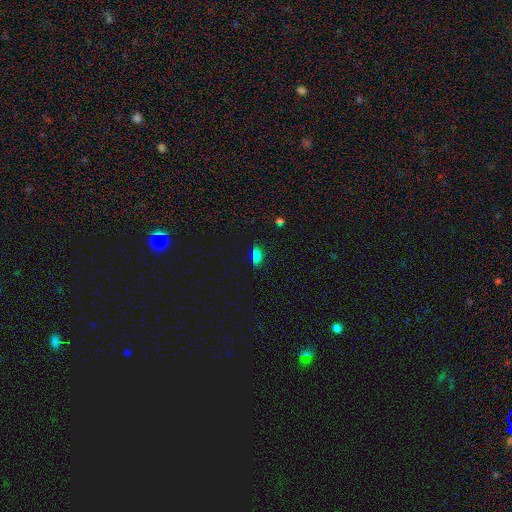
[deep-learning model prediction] Q: Smooth or featured?
A: smooth (73%); runner-up: star or artifact (19%)
Q: How rounded?
A: in between (81%); runner-up: cigar-shaped (14%)
Q: Merging?
A: none (78%); runner-up: minor disturbance (16%)